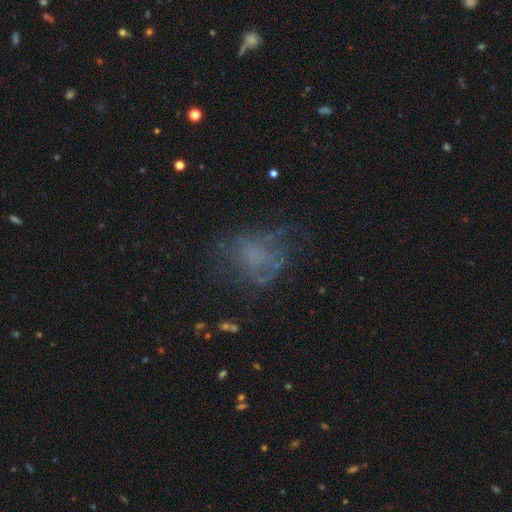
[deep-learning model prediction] The model was most divided on "smooth or featured": featured or disk: 40%, smooth: 38%, star or artifact: 22%. Remaining: merging — none (46%).